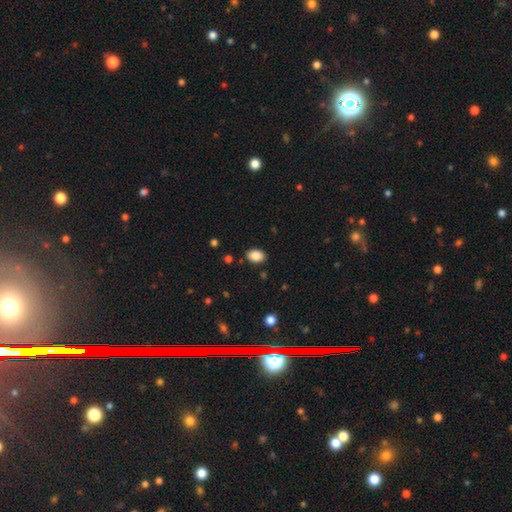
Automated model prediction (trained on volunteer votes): A smooth galaxy with no disk features (88%) that is in between round and cigar-shaped (84%).

Vote fractions:
- Smooth or featured? smooth: 88% / star or artifact: 8% / featured or disk: 4%
- How rounded? in between: 84% / round: 15% / cigar-shaped: 1%
- Merging? none: 87% / minor disturbance: 9% / major disturbance: 2% / merger: 1%